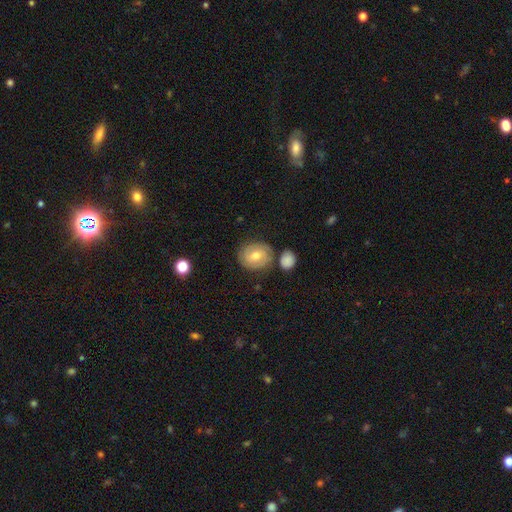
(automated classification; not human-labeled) Smooth or featured? smooth (52%)
How rounded? round (70%)
Merging? none (74%)